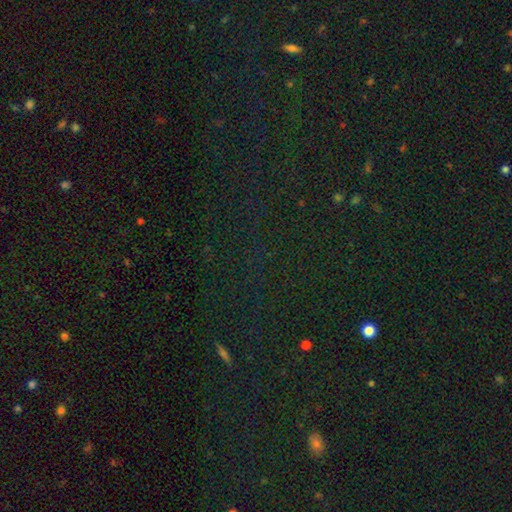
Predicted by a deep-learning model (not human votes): Smooth or featured: star or artifact — 79% (smooth — 14%)